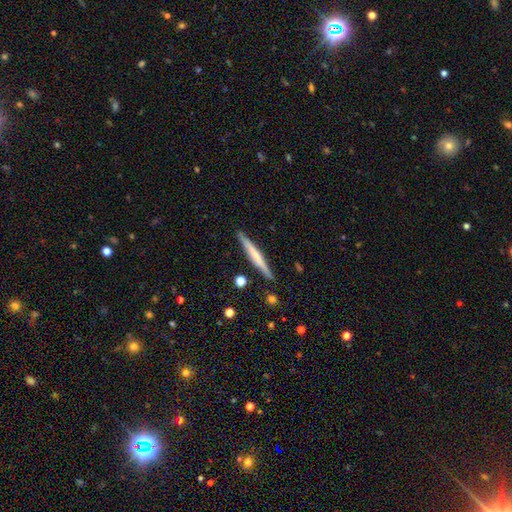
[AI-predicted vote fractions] The model was most divided on "smooth or featured": featured or disk: 51%, smooth: 43%, star or artifact: 6%. More confident: edge-on disk — yes (97%); merging — none (89%).